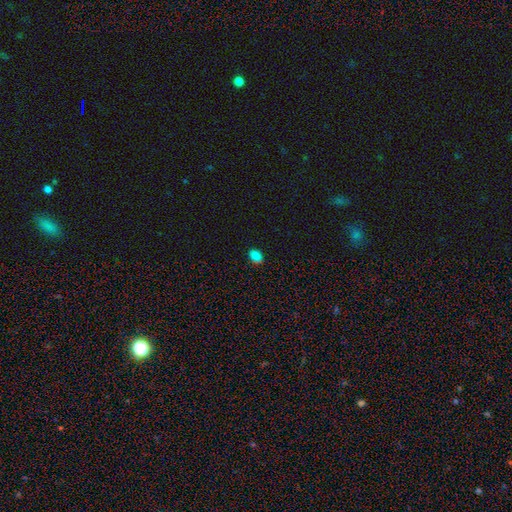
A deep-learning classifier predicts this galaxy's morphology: type=smooth (78%); roundness=in between (70%); merging=none (73%).